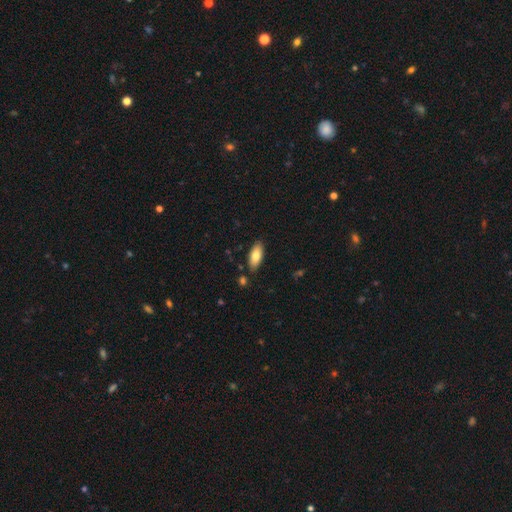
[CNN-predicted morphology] smooth-or-featured: smooth: 80% | featured or disk: 14% | star or artifact: 6%
  how-rounded: in between: 86% | cigar-shaped: 12% | round: 2%
  merging: none: 86% | minor disturbance: 10% | merger: 3% | major disturbance: 2%